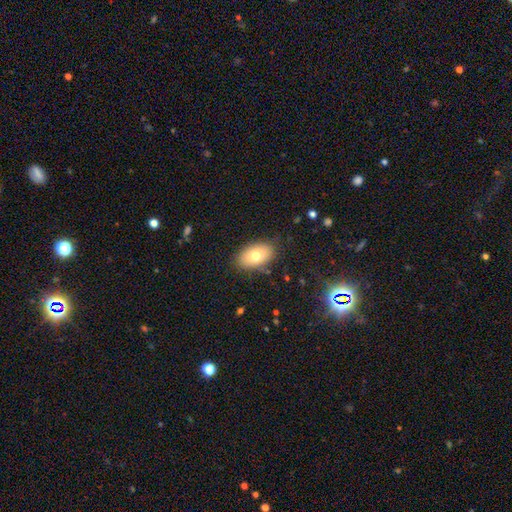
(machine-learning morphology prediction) Q: Smooth or featured?
A: smooth (74%); runner-up: featured or disk (18%)
Q: How rounded?
A: in between (91%); runner-up: round (8%)
Q: Merging?
A: none (83%); runner-up: minor disturbance (12%)